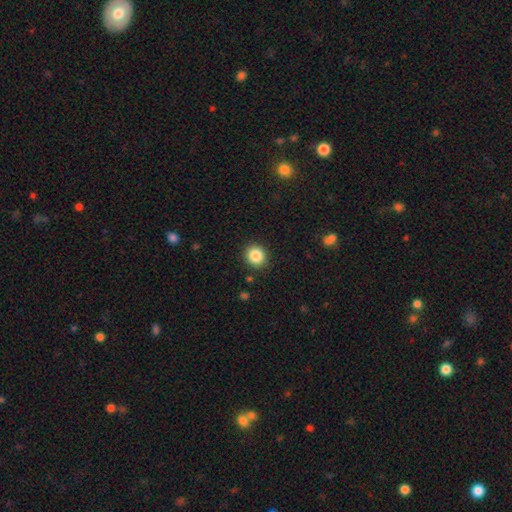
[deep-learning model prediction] smooth-or-featured: smooth: 86% | star or artifact: 10% | featured or disk: 4%
  how-rounded: round: 84% | in between: 15% | cigar-shaped: 1%
  merging: none: 90% | minor disturbance: 7% | major disturbance: 2% | merger: 1%